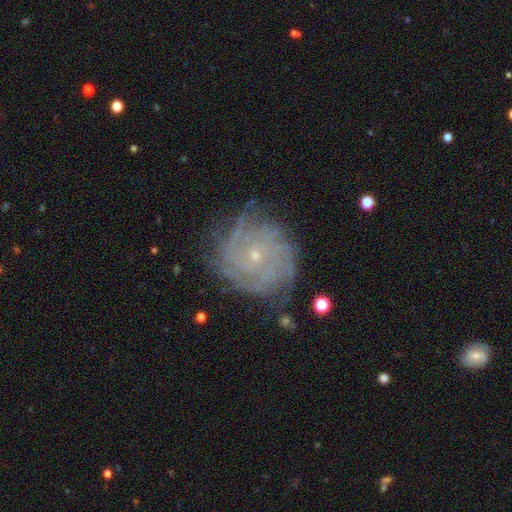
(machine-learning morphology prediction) smooth-or-featured: featured or disk: 84% | star or artifact: 8% | smooth: 8%
  disk-edge-on: no: 97% | yes: 3%
    bar: no: 80% | weak: 16% | strong: 4%
    has-spiral-arms: yes: 96% | no: 4%
      spiral-winding: tight: 77% | medium: 19% | loose: 4%
      spiral-arm-count: can't tell: 27% | 4: 24% | more than 4: 20% | 3: 12% | 2: 9% | 1: 8%
    bulge-size: small: 83% | moderate: 14% | none: 2% | large: 1% | dominant: 1%
  merging: none: 77% | minor disturbance: 16% | major disturbance: 5% | merger: 2%